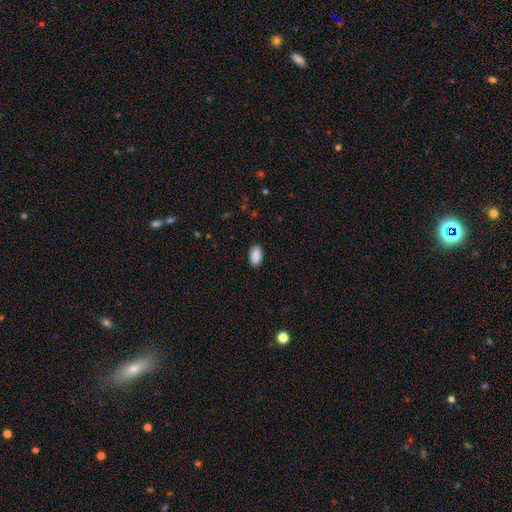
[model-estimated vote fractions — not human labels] A smooth galaxy with no disk features (90%) that is in between round and cigar-shaped (93%). Merging: none (89%).